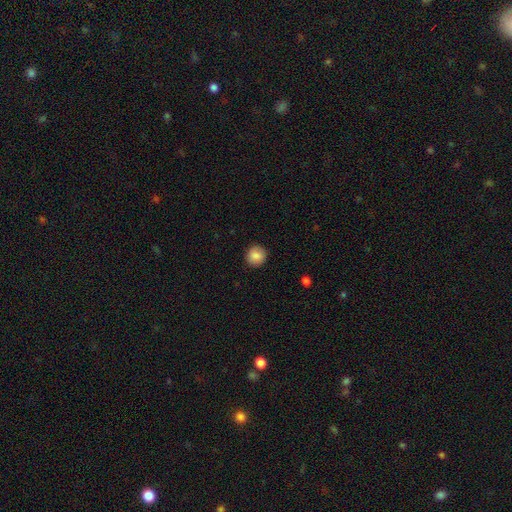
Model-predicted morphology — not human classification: smooth 87%, star or artifact 8%, featured or disk 4%. Down the decision tree: how rounded — round (92%); merging — none (90%).